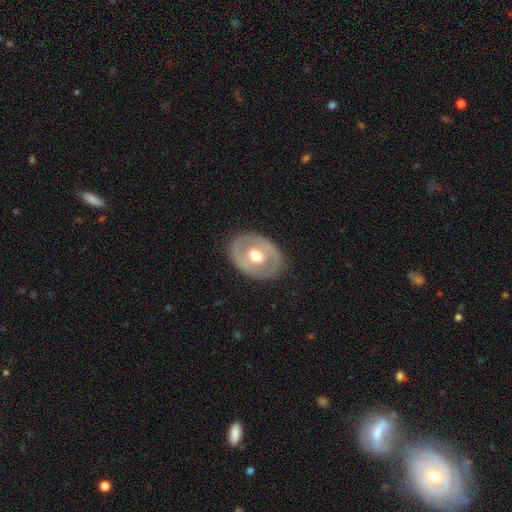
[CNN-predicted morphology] This appears to be a featured or disk galaxy (51%). Merging: none (82%).